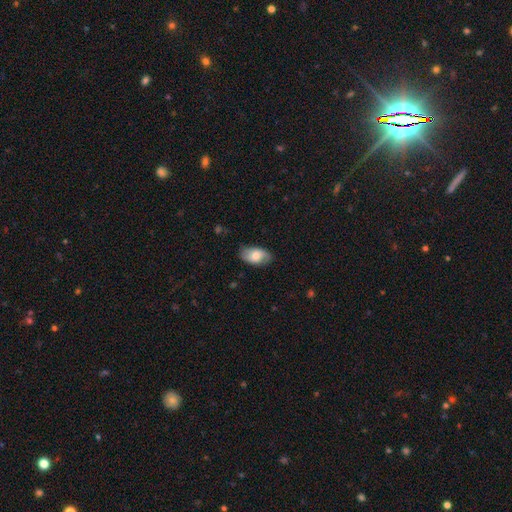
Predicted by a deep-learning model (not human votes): Overall: smooth (67%). How rounded: in between (93%). Merging: none (75%).